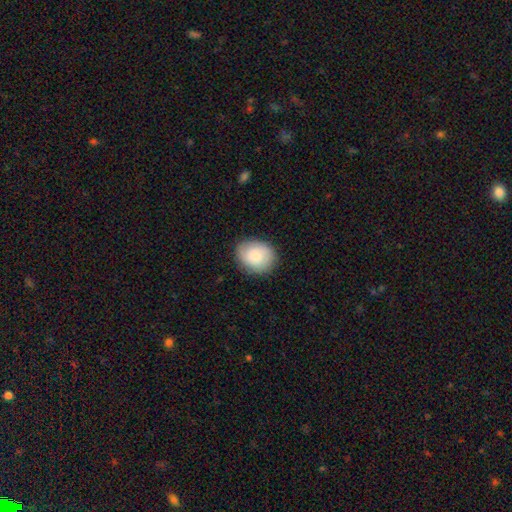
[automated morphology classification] Smooth or featured?
  - smooth: 83% *
  - featured or disk: 11%
  - star or artifact: 6%
How rounded?
  - round: 53% *
  - in between: 46%
  - cigar-shaped: 1%
Merging?
  - none: 84% *
  - minor disturbance: 12%
  - major disturbance: 3%
  - merger: 1%